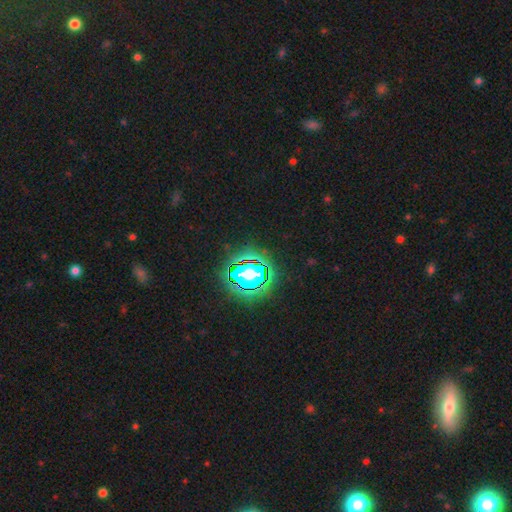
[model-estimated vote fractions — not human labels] Morphology: type=star or artifact (81%).